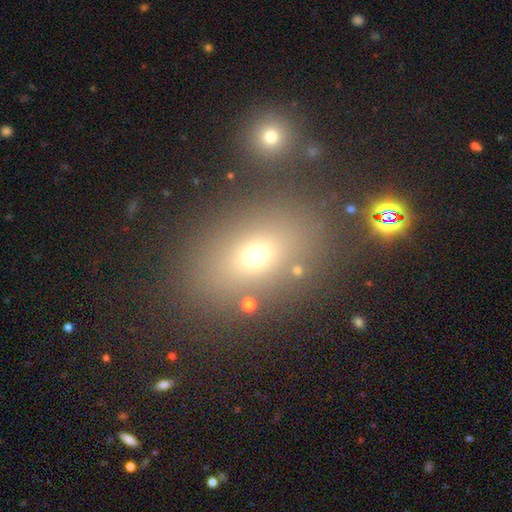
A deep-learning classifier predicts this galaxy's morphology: This appears to be a smooth galaxy with no disk features (65%) that is in between round and cigar-shaped (68%). Merging: none (77%).